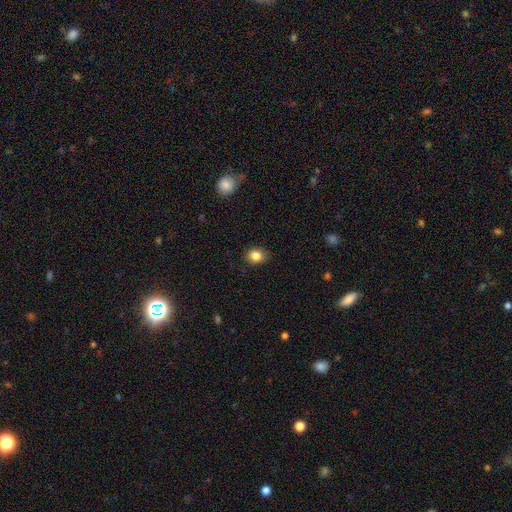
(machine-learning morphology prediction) Smooth or featured? Predicted: smooth (p=0.85). How rounded? Predicted: round (p=0.50). Merging? Predicted: none (p=0.86).